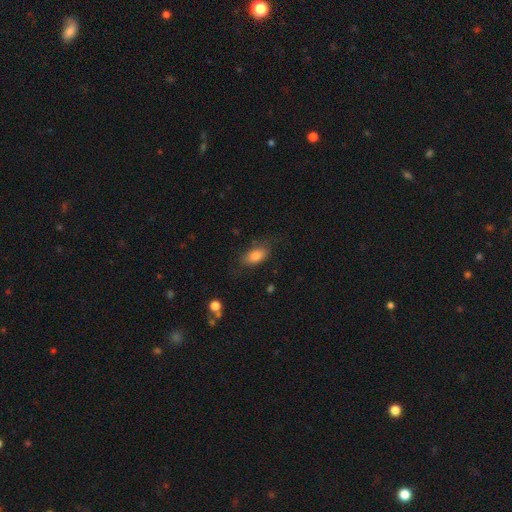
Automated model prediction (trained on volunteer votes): Smooth or featured? smooth (82%)
How rounded? in between (88%)
Merging? none (71%)